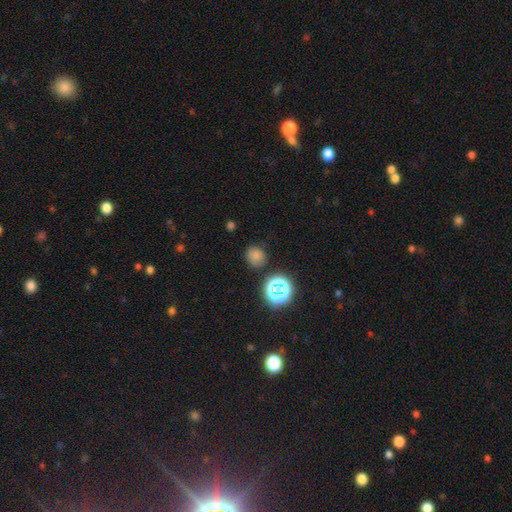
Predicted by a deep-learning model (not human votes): Smooth or featured: smooth — 74% (star or artifact — 20%)
How rounded: round — 79% (in between — 20%)
Merging: none — 79% (minor disturbance — 13%)